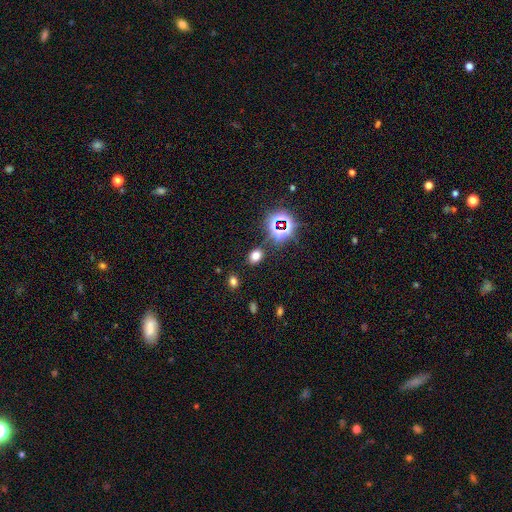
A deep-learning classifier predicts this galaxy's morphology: A smooth galaxy with no disk features (66%) that is in between round and cigar-shaped (66%). Merging: none (84%).